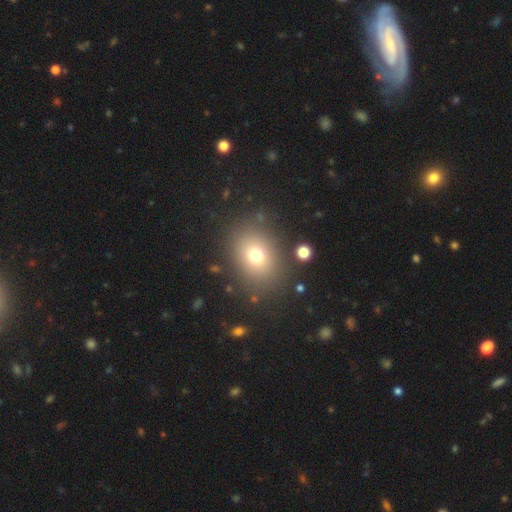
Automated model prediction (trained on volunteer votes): Smooth or featured? Predicted: smooth (p=0.72). How rounded? Predicted: in between (p=0.54). Merging? Predicted: none (p=0.81).